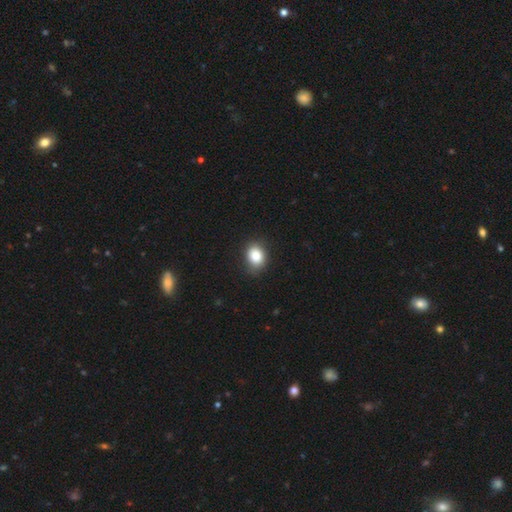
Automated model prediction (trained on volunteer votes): Smooth or featured? Predicted: smooth (p=0.85). How rounded? Predicted: in between (p=0.54). Merging? Predicted: none (p=0.80).